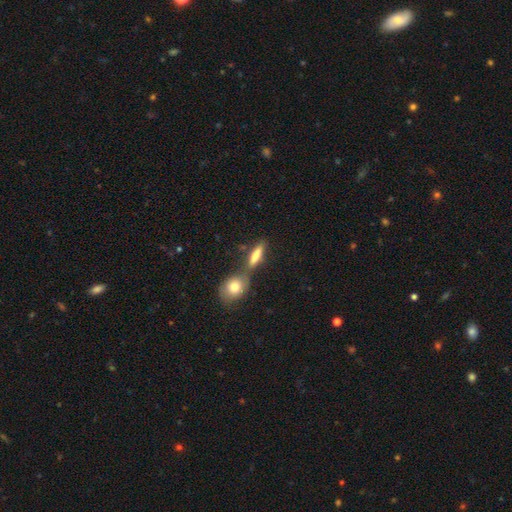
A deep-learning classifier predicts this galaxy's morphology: Smooth or featured? smooth (73%)
How rounded? cigar-shaped (49%)
Merging? none (52%)